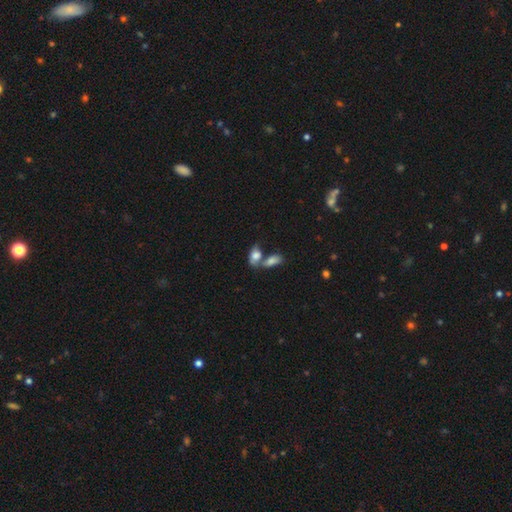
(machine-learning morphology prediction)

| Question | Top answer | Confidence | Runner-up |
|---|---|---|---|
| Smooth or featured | smooth | 76% | featured or disk (15%) |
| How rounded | in between | 87% | round (8%) |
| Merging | merger | 52% | none (31%) |